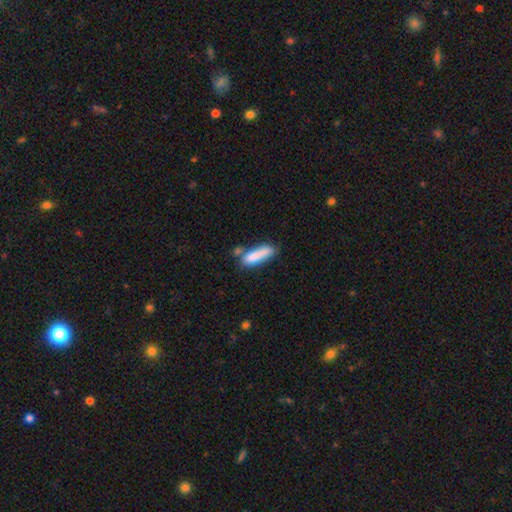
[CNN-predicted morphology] Overall: smooth (80%). How rounded: cigar-shaped (66%; in between 33%). Merging: none (47%; merger 23%).